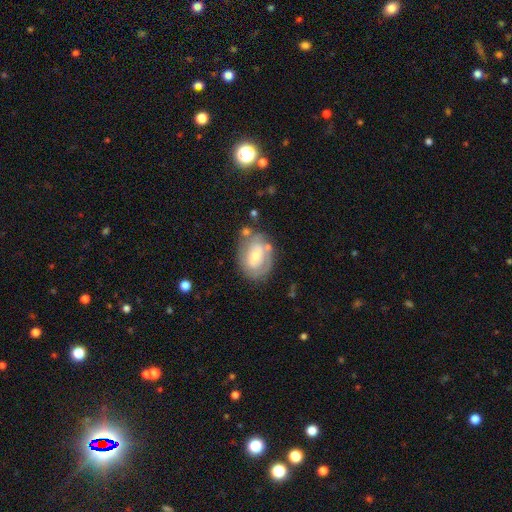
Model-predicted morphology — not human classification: The model was most divided on "bar": no: 46%, weak: 39%, strong: 15%. More confident: edge-on disk — no (95%); merging — none (62%); smooth or featured — featured or disk (60%); spiral arms — yes (56%); bulge size — moderate (55%).